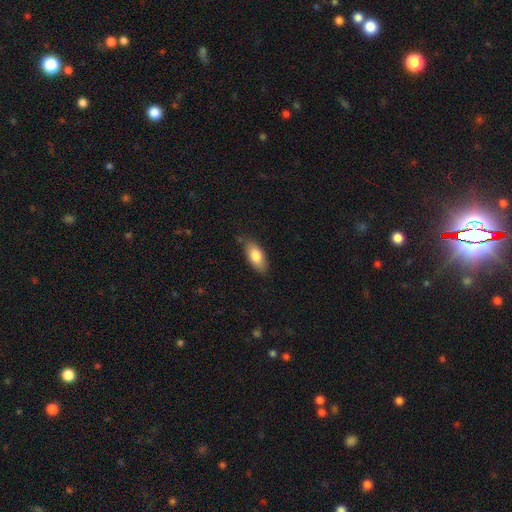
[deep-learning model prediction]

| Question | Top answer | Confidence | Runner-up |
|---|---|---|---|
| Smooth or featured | smooth | 81% | featured or disk (13%) |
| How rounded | in between | 87% | cigar-shaped (10%) |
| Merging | none | 77% | minor disturbance (18%) |